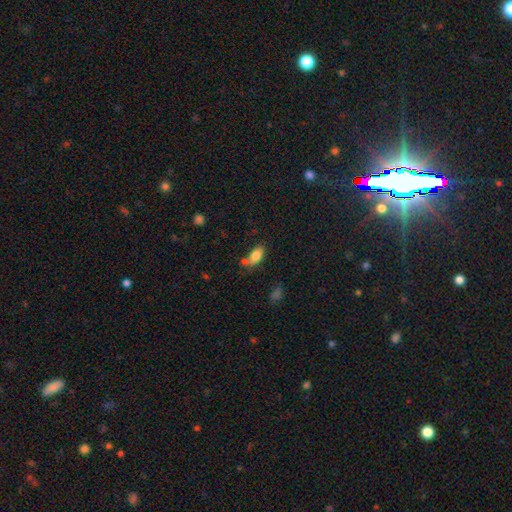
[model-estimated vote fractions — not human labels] smooth_or_featured: smooth (p=0.80) [alt: featured or disk p=0.11]
how_rounded: in between (p=0.88) [alt: cigar-shaped p=0.07]
merging: none (p=0.47) [alt: minor disturbance p=0.26]